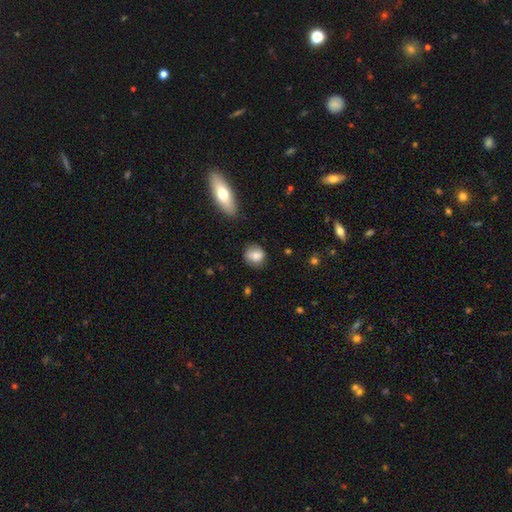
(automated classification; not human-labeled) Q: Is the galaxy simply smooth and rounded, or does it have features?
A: smooth — 75%.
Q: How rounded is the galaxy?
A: round — 70%.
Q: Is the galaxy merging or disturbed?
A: none — 77%.